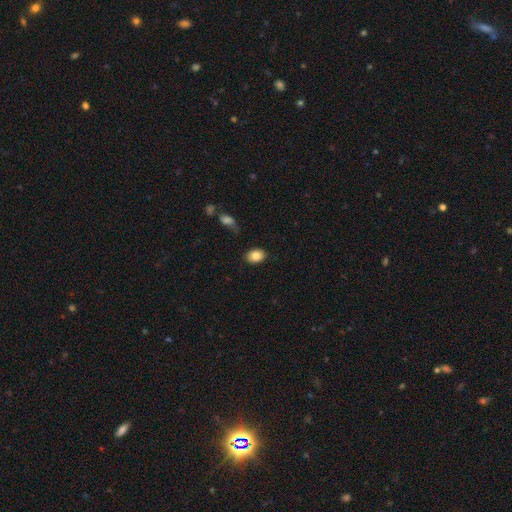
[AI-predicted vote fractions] Morphology: type=smooth (84%); roundness=in between (77%); merging=none (85%).